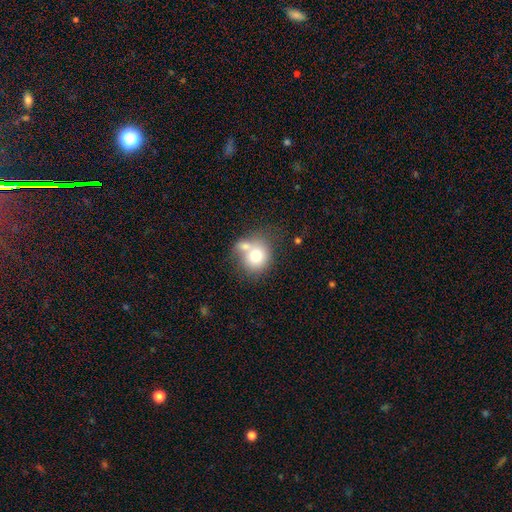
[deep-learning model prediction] A smooth galaxy with no disk features (72%) that is round (72%). Merging: merger (46%).